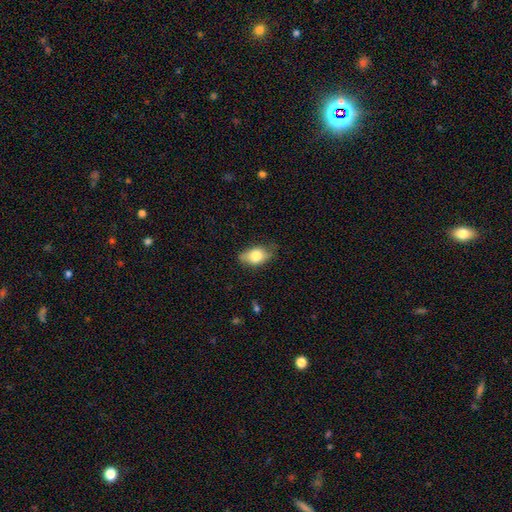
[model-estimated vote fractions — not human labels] smooth 75%, featured or disk 18%, star or artifact 7%. Down the decision tree: how rounded — in between (86%); merging — none (67%).